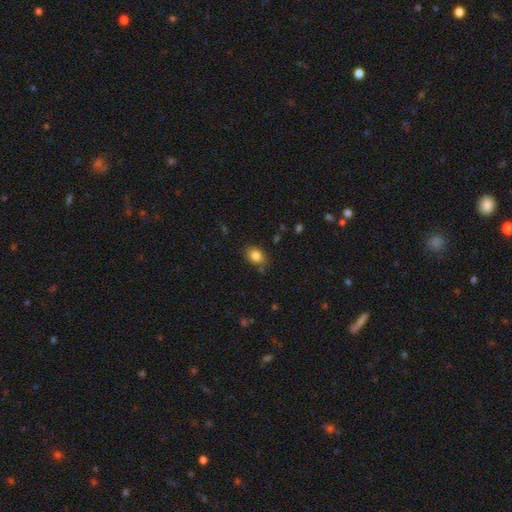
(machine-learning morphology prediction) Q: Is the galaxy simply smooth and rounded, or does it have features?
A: smooth — 83%.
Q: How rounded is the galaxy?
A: in between — 72%.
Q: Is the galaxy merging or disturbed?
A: none — 80%.